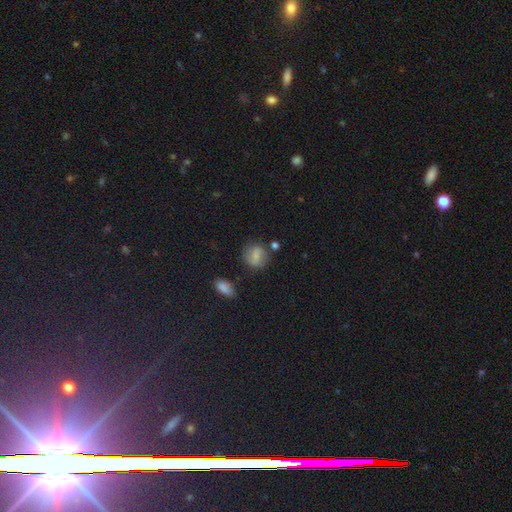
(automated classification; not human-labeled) smooth_or_featured: smooth (p=0.69) [alt: featured or disk p=0.21]
how_rounded: round (p=0.72) [alt: in between p=0.26]
merging: none (p=0.73) [alt: minor disturbance p=0.16]